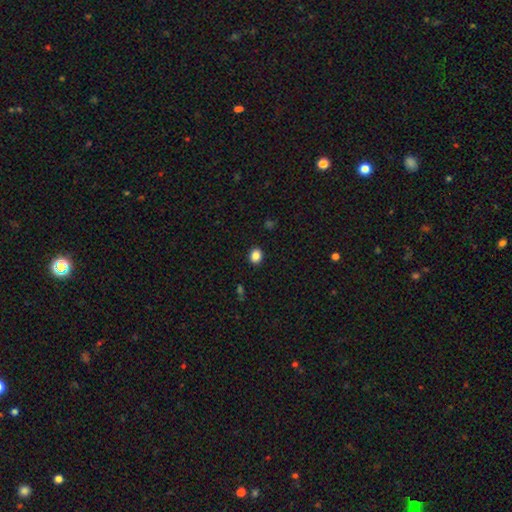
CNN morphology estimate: Smooth or featured: smooth — 86% (star or artifact — 10%)
How rounded: round — 57% (in between — 42%)
Merging: none — 91% (minor disturbance — 6%)